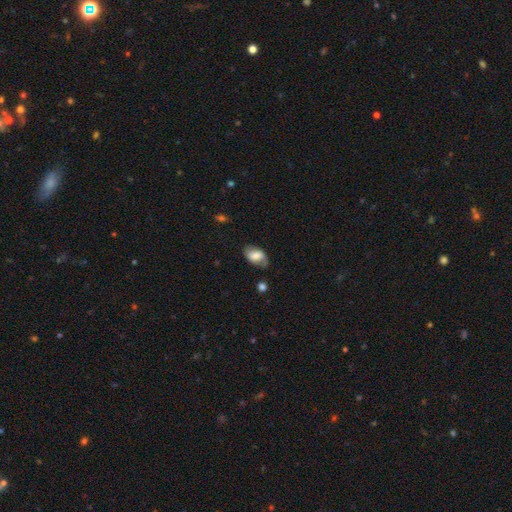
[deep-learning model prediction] A smooth galaxy with no disk features (56%) that is in between round and cigar-shaped (89%). Merging: none (64%).